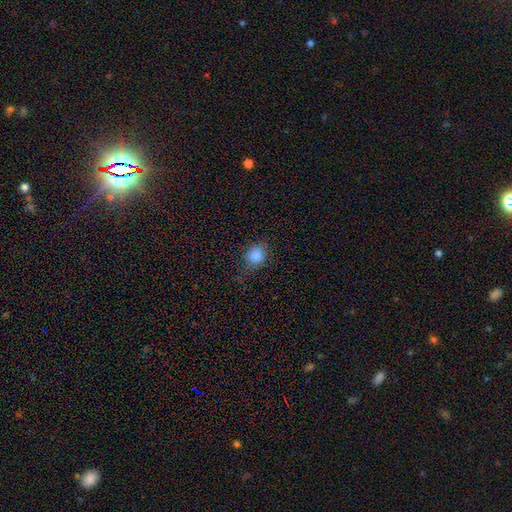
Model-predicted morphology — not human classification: Overall: smooth (85%). How rounded: round (62%; in between 37%). Merging: none (78%).